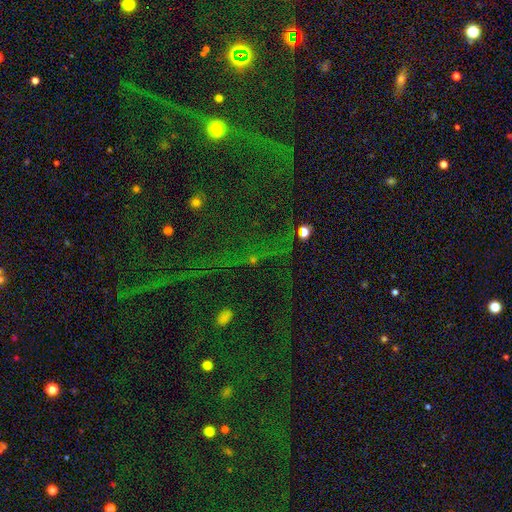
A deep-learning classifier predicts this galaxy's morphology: Q: Smooth or featured?
A: star or artifact (82%); runner-up: smooth (11%)